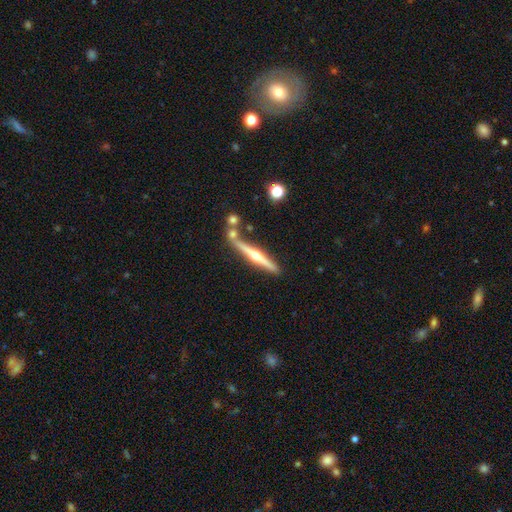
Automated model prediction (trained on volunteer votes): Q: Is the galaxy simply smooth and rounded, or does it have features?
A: featured or disk — 76%.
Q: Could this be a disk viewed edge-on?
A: yes — 97%.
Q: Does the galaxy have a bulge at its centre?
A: rounded — 93%.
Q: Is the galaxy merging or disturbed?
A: none — 74%.